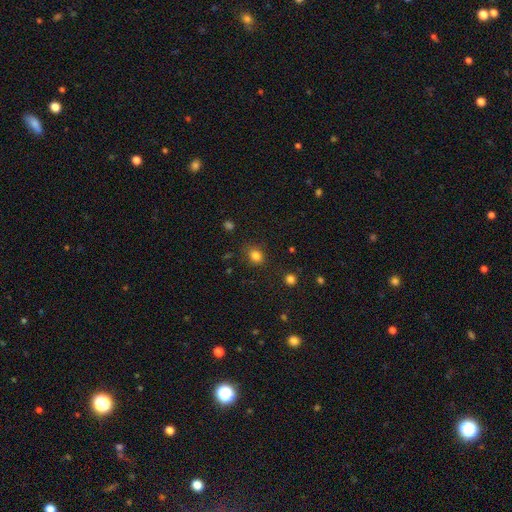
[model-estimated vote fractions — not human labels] The model was most divided on "how rounded": round: 53%, in between: 46%, cigar-shaped: 1%. More confident: smooth or featured — smooth (82%); merging — none (81%).